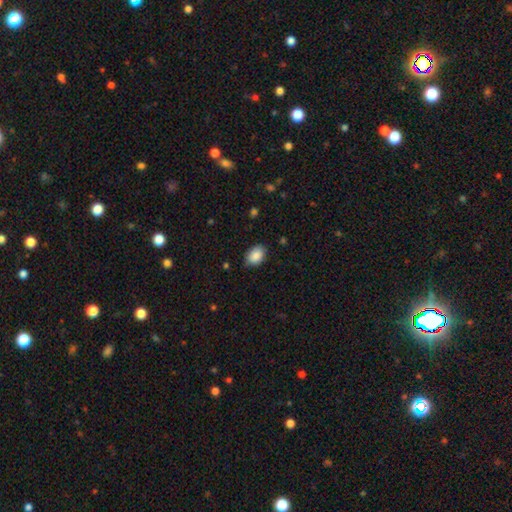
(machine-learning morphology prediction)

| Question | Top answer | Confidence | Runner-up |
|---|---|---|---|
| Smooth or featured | smooth | 89% | star or artifact (7%) |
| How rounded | in between | 80% | round (19%) |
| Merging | none | 82% | minor disturbance (14%) |